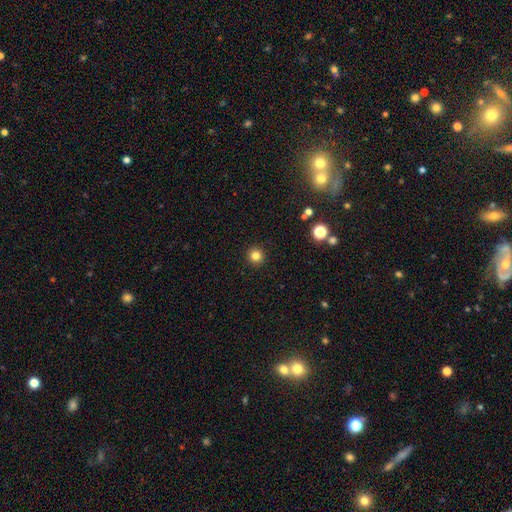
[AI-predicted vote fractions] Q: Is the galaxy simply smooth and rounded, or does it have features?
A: smooth — 82%.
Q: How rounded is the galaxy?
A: round — 96%.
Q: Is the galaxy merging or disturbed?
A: none — 93%.